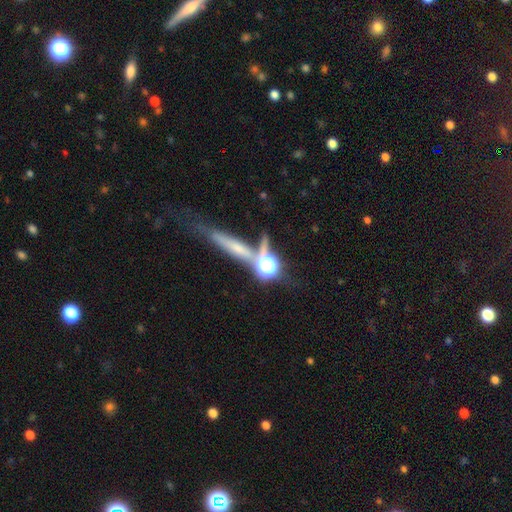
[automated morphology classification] Smooth or featured: smooth — 36% (star or artifact — 33%)
Merging: none — 58% (merger — 20%)